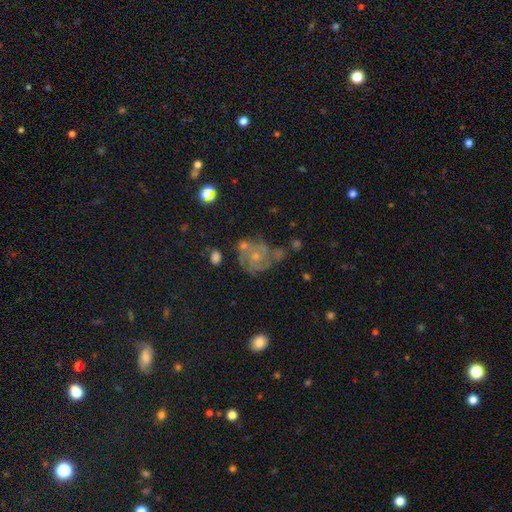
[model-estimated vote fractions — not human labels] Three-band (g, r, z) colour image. It shows a featured or disk galaxy (70%) with no bar (78%), tight (53%) spiral arms (82%) and a small central bulge (57%). Merging: none (46%).